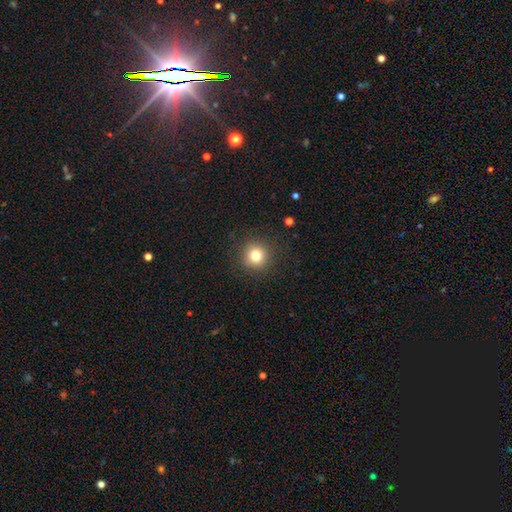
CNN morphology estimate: This is likely a smooth galaxy (80%). How rounded: clearly round (93%). Merging: clearly none (91%).